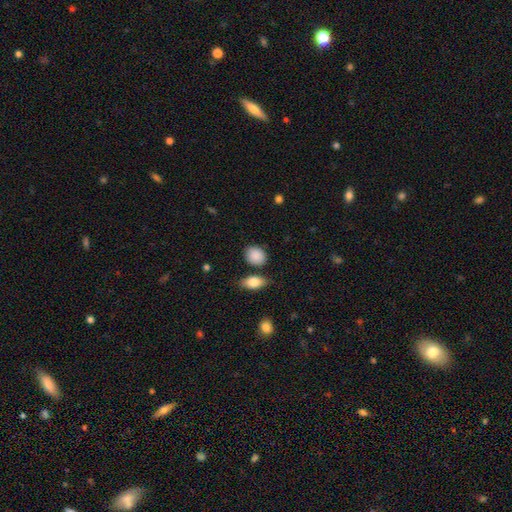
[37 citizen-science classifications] Overall: smooth (92%). How rounded: round (53%; in between 44%). Merging: none (78%).